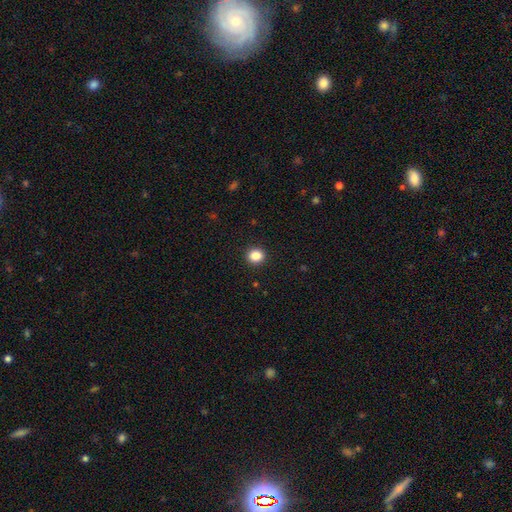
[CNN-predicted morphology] A smooth galaxy with no disk features (86%) that is round (84%). Merging: none (93%).